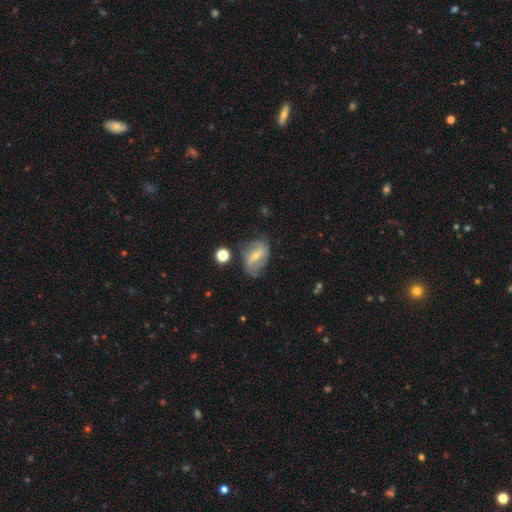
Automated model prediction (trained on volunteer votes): Morphology: type=featured or disk (61%); edge-on=no (94%); bar=weak (42%); spiral arms=yes (74%); bulge=small (55%); merging=none (59%).